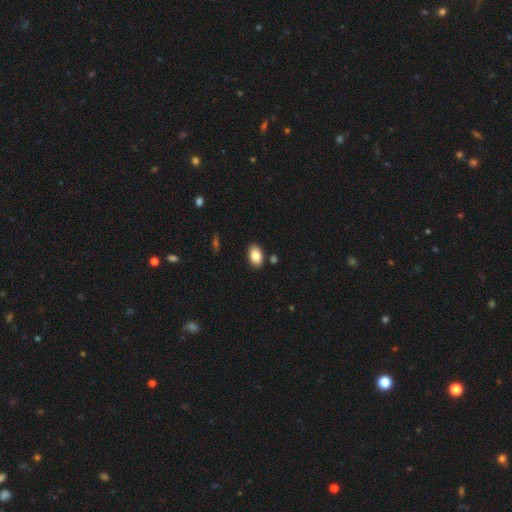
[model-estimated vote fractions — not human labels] smooth 83%, featured or disk 10%, star or artifact 7%. Down the decision tree: how rounded — in between (91%); merging — none (87%).